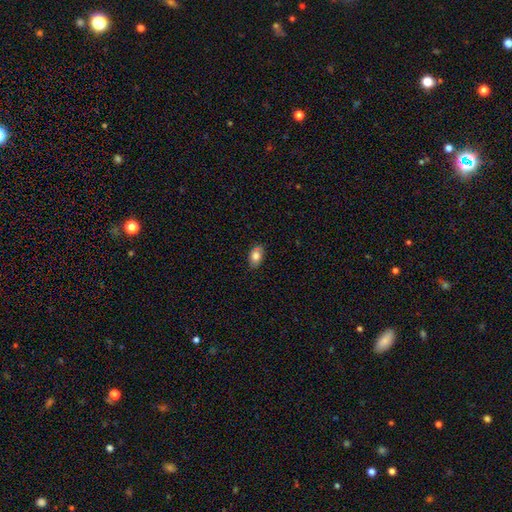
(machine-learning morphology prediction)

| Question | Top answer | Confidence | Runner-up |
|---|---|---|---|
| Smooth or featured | smooth | 81% | featured or disk (11%) |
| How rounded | in between | 87% | round (11%) |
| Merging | none | 80% | minor disturbance (16%) |